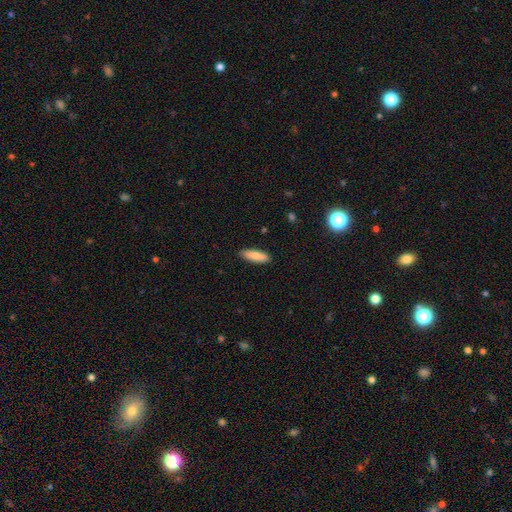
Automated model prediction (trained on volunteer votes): smooth_or_featured: smooth (p=0.81) [alt: featured or disk p=0.13]
how_rounded: cigar-shaped (p=0.50) [alt: in between p=0.48]
merging: none (p=0.88) [alt: minor disturbance p=0.09]